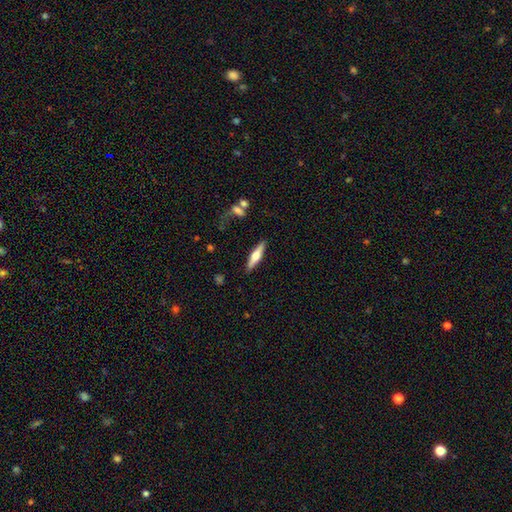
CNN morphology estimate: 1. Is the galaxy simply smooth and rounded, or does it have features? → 53% featured or disk, 42% smooth, 6% star or artifact.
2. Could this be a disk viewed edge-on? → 94% yes, 6% no.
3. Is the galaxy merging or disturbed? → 87% none, 9% minor disturbance, 2% major disturbance, 2% merger.